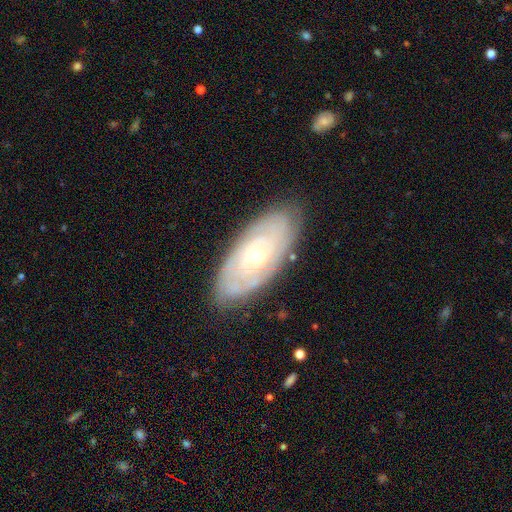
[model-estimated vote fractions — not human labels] A featured or disk galaxy (75%) with no bar (74%), tight (79%) spiral arms (86%) and a small central bulge (60%). Merging: none (82%).